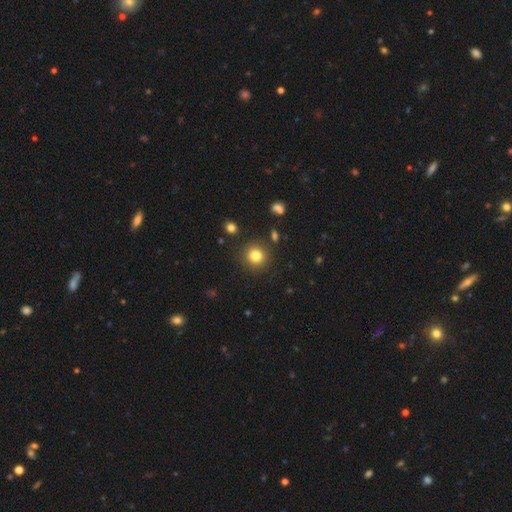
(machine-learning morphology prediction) Smooth or featured?
  - smooth: 81% *
  - star or artifact: 12%
  - featured or disk: 7%
How rounded?
  - round: 92% *
  - in between: 7%
  - cigar-shaped: 1%
Merging?
  - none: 88% *
  - minor disturbance: 7%
  - major disturbance: 3%
  - merger: 3%